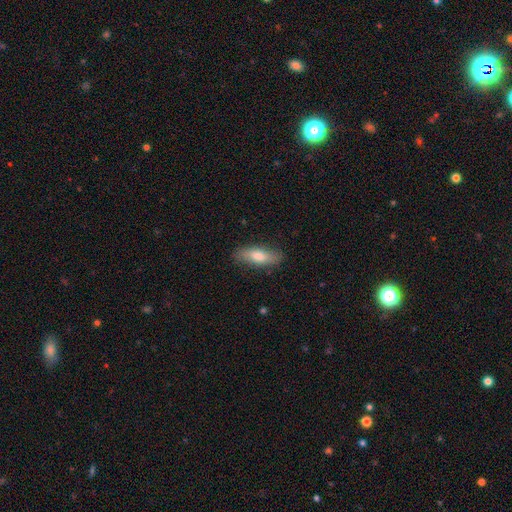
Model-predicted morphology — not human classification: Smooth or featured?
  - smooth: 69% *
  - featured or disk: 24%
  - star or artifact: 7%
How rounded?
  - in between: 52% *
  - cigar-shaped: 45%
  - round: 3%
Merging?
  - none: 85% *
  - minor disturbance: 12%
  - major disturbance: 2%
  - merger: 1%